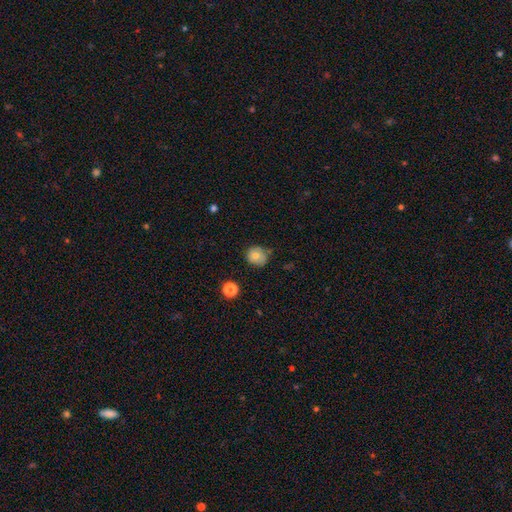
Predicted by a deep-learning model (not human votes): smooth 74%, featured or disk 16%, star or artifact 10%. Down the decision tree: how rounded — round (81%); merging — none (73%).